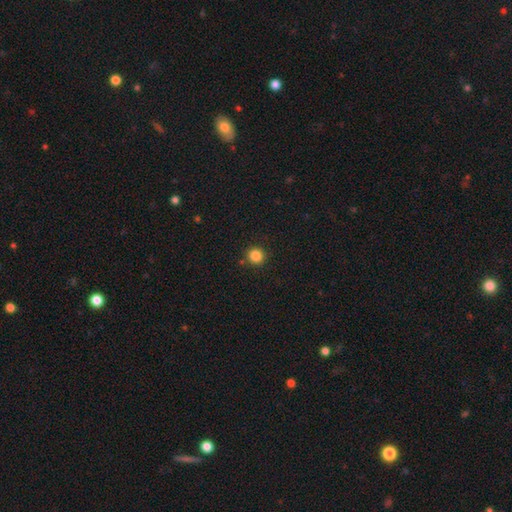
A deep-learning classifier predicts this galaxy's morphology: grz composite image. It shows a smooth galaxy with no disk features (85%) that is round (92%). Merging: none (89%).